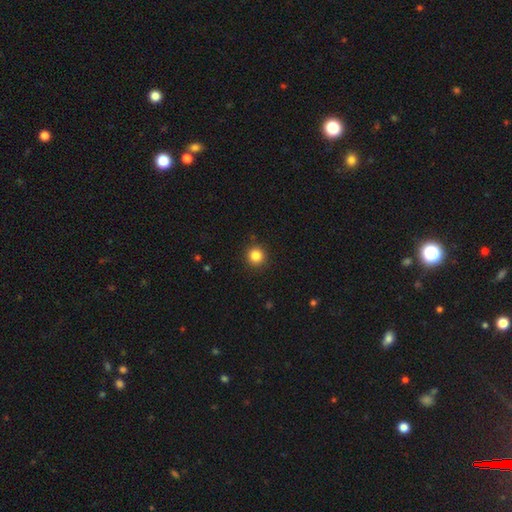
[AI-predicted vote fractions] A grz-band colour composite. It shows a smooth galaxy with no disk features (84%) that is round (94%). Merging: none (91%).